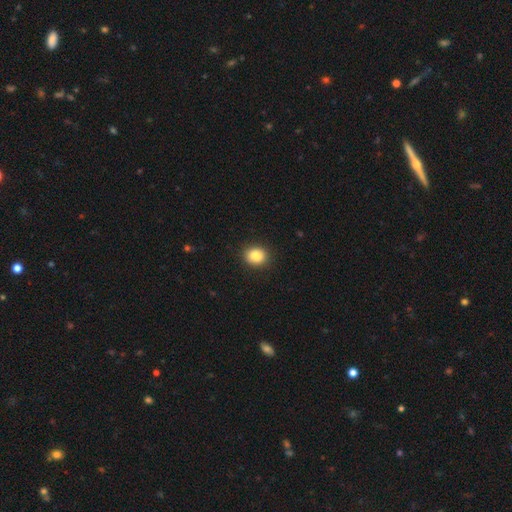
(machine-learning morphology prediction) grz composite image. It shows a smooth galaxy with no disk features (85%) that is round (70%). Merging: none (91%).